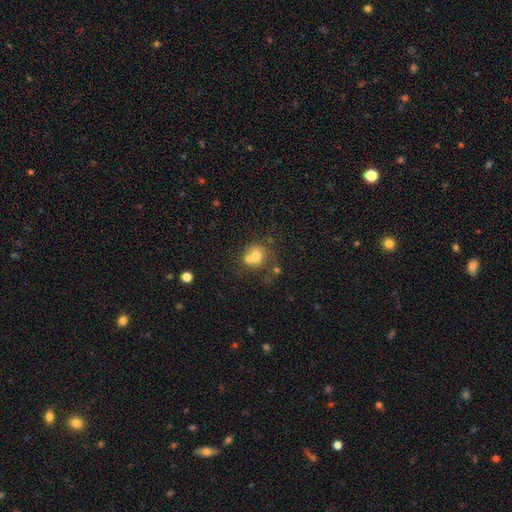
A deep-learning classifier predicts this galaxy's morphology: This is likely a smooth galaxy (63%). How rounded: likely round (74%). Merging: possibly merger (51%).